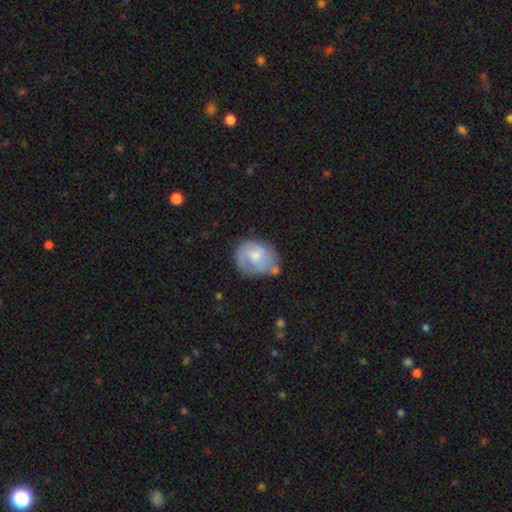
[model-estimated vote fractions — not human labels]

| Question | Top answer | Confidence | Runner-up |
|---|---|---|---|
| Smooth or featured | featured or disk | 50% | smooth (43%) |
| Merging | none | 49% | minor disturbance (29%) |